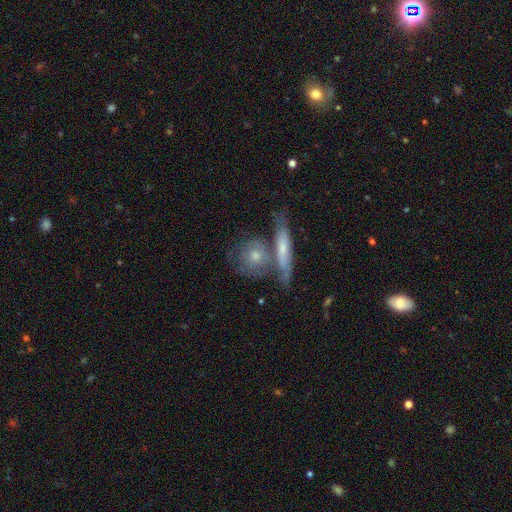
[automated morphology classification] Smooth or featured? smooth (47%)
Merging? none (46%)